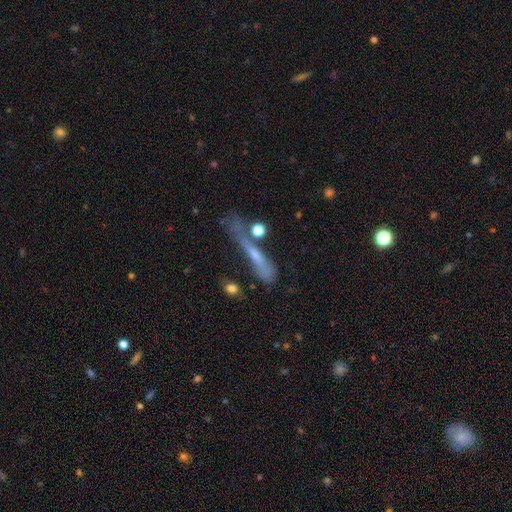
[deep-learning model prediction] The model was most divided on "smooth or featured": smooth: 45%, featured or disk: 43%, star or artifact: 12%. Remaining: merging — none (37%).